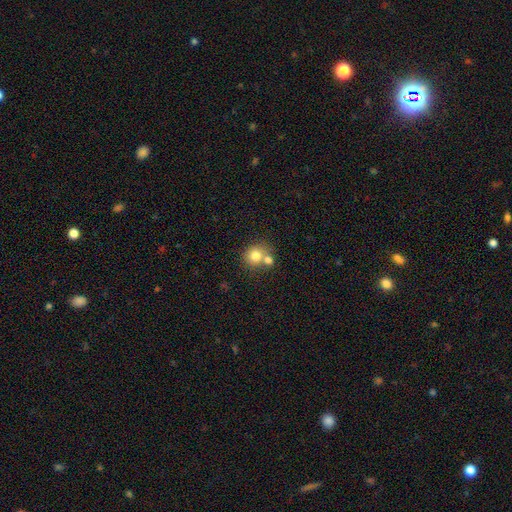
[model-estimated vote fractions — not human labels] The model was most divided on "merging": none: 51%, merger: 38%, minor disturbance: 8%, major disturbance: 3%. More confident: how rounded — round (83%); smooth or featured — smooth (78%).